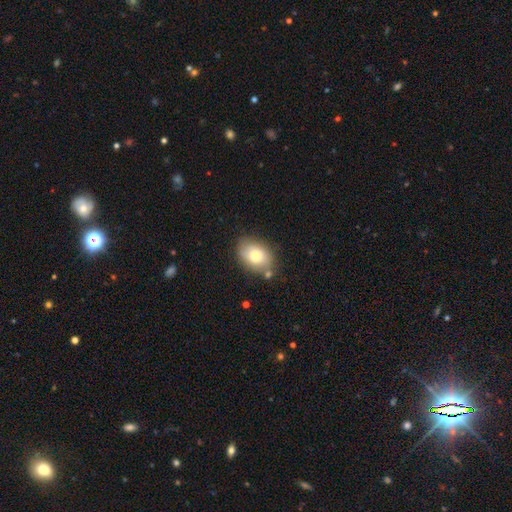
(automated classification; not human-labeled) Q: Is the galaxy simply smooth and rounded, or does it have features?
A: smooth — 74%.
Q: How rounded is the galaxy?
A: in between — 78%.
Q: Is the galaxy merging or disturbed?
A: none — 73%.